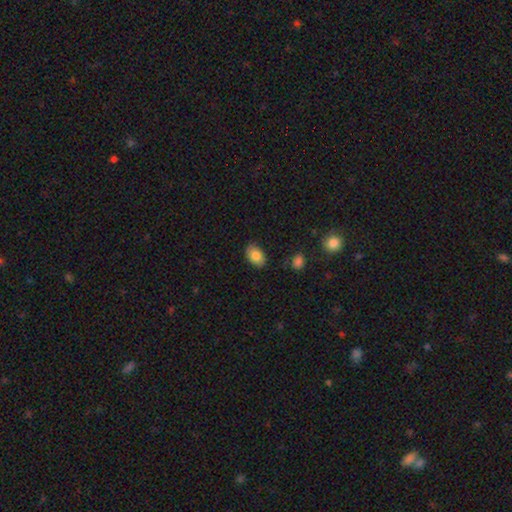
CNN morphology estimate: This appears to be a smooth galaxy with no disk features (81%) that is in between round and cigar-shaped (88%). Merging: none (84%).